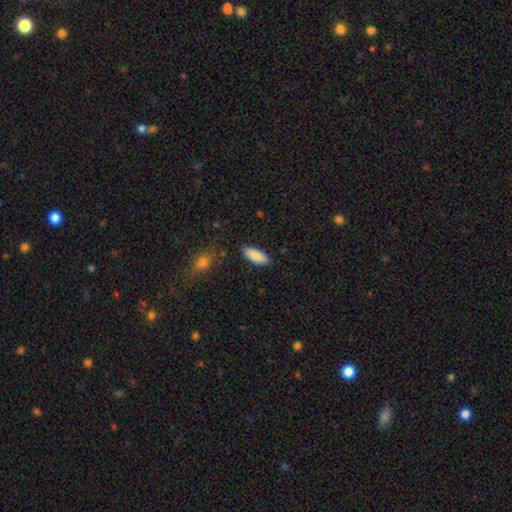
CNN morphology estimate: type=smooth (88%); roundness=in between (75%); merging=none (86%).